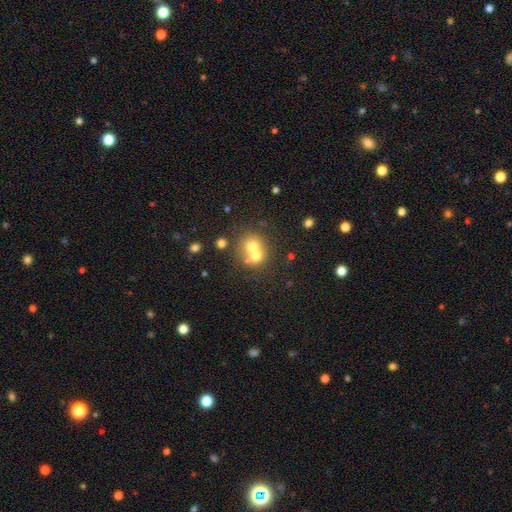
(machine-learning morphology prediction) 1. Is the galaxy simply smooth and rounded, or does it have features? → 64% smooth, 24% featured or disk, 12% star or artifact.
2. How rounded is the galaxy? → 76% round, 23% in between, 1% cigar-shaped.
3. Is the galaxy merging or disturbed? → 62% merger, 29% none, 6% minor disturbance, 3% major disturbance.